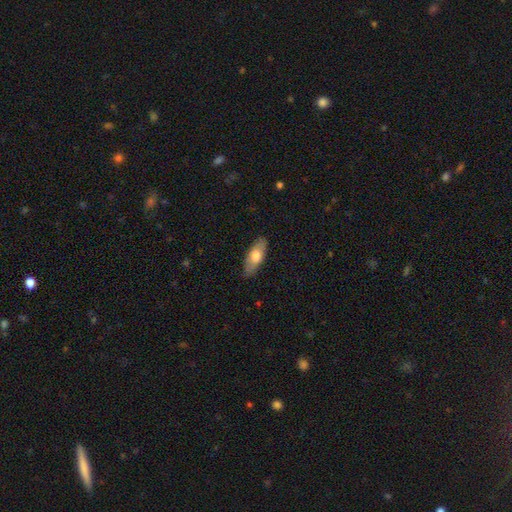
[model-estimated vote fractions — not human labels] Morphology: type=smooth (67%); roundness=in between (77%); merging=none (83%).